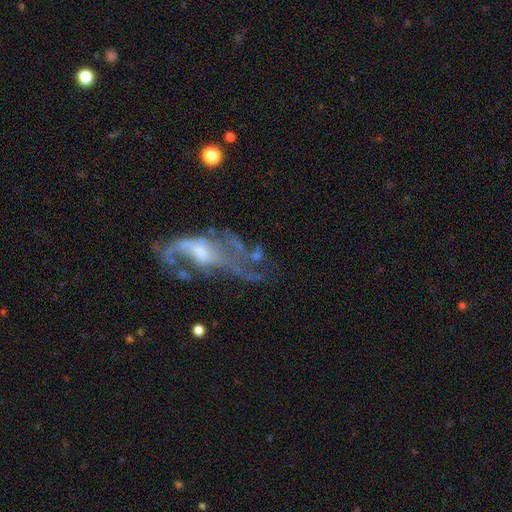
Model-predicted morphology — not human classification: A featured or disk galaxy (72%) with no bar (55%), spiral arms (65%) and a small central bulge (43%). Merging: major disturbance (39%).